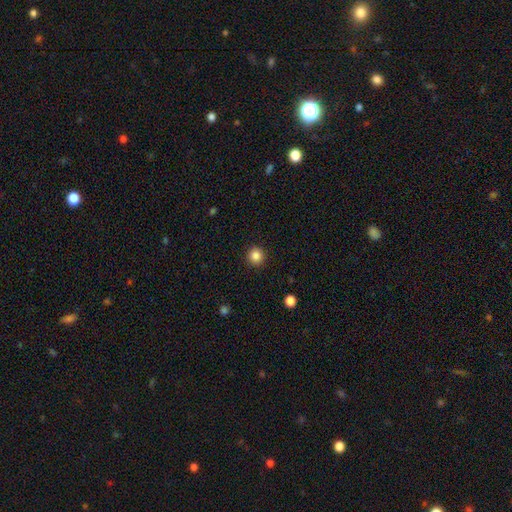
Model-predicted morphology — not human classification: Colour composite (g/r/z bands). It shows a smooth galaxy with no disk features (86%) that is round (95%). Merging: none (92%).